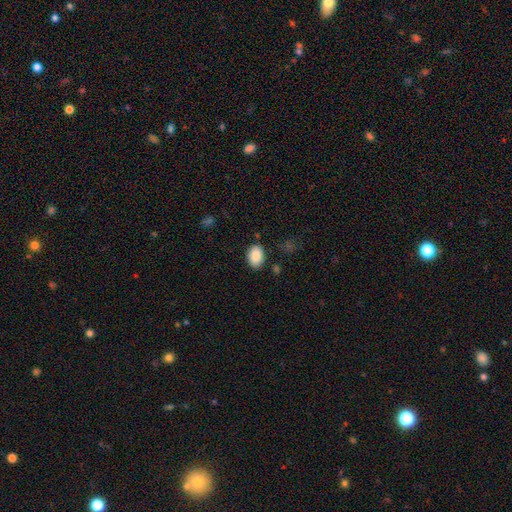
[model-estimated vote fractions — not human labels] Smooth or featured?
  - smooth: 89% *
  - star or artifact: 7%
  - featured or disk: 4%
How rounded?
  - in between: 83% *
  - round: 16%
  - cigar-shaped: 1%
Merging?
  - none: 83% *
  - minor disturbance: 12%
  - major disturbance: 3%
  - merger: 2%